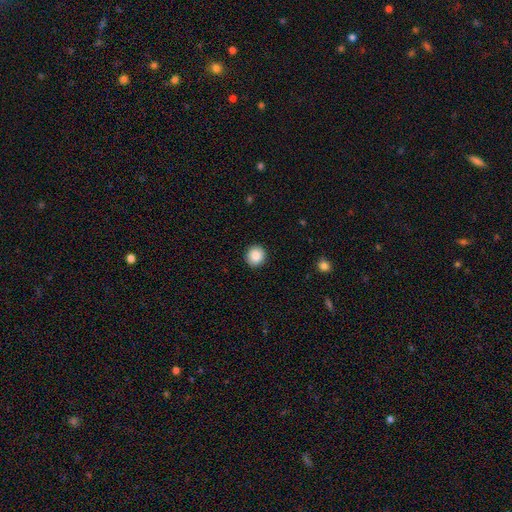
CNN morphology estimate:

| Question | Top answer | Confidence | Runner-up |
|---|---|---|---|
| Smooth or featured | smooth | 88% | star or artifact (8%) |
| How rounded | round | 90% | in between (9%) |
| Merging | none | 92% | minor disturbance (5%) |